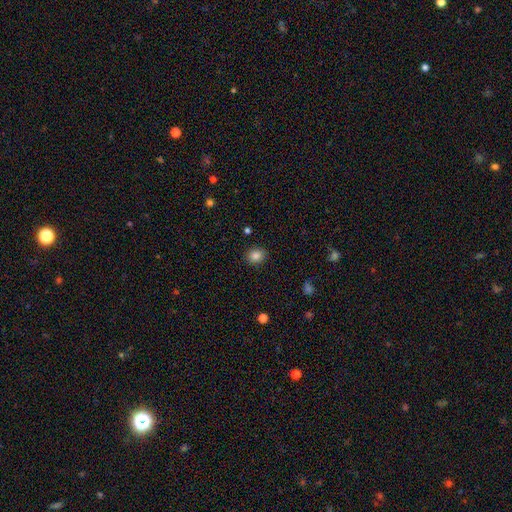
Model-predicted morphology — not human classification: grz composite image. It shows a smooth galaxy with no disk features (85%) that is round (71%). Merging: none (90%).